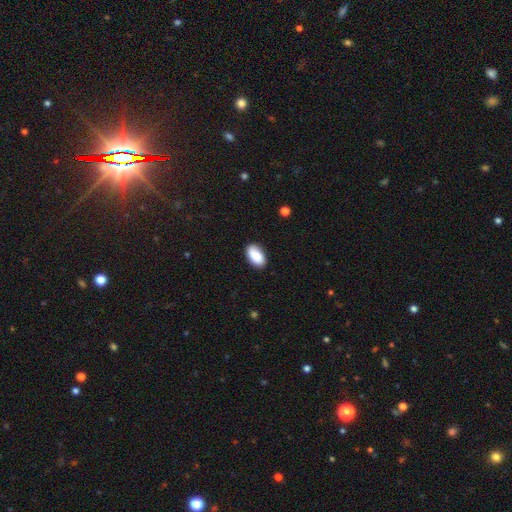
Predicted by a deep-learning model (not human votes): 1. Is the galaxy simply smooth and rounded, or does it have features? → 86% smooth, 7% featured or disk, 6% star or artifact.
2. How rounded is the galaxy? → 94% in between, 4% round, 2% cigar-shaped.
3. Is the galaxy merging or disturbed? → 85% none, 12% minor disturbance, 2% major disturbance, 1% merger.